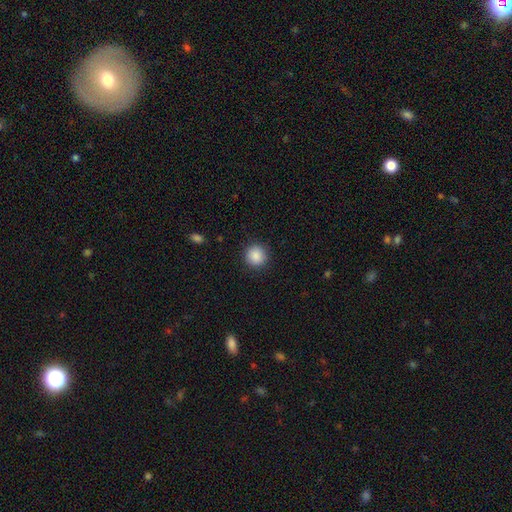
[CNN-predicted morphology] Smooth or featured? smooth (88%)
How rounded? round (94%)
Merging? none (90%)